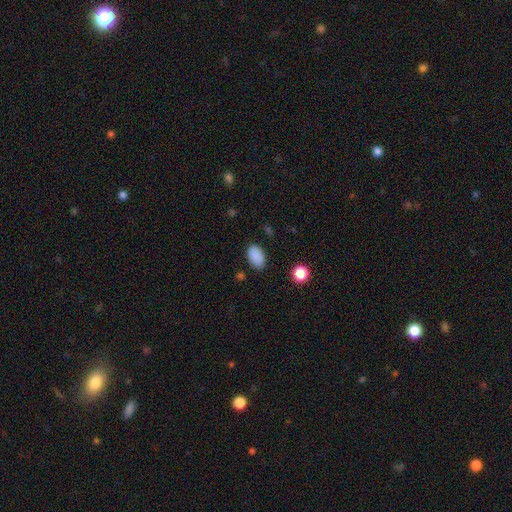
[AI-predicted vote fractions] smooth-or-featured: smooth: 87% | star or artifact: 9% | featured or disk: 3%
  how-rounded: in between: 90% | round: 8% | cigar-shaped: 1%
  merging: none: 82% | minor disturbance: 13% | major disturbance: 3% | merger: 2%